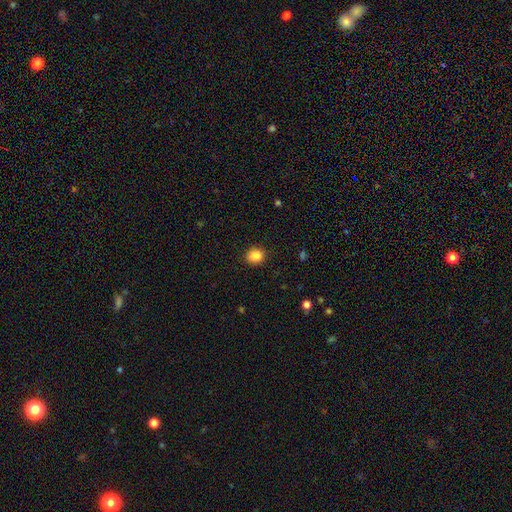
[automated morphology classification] smooth 87%, star or artifact 10%, featured or disk 3%. Down the decision tree: how rounded — round (71%); merging — none (89%).